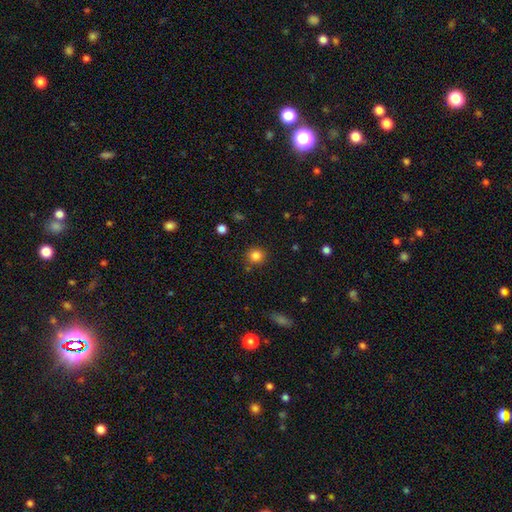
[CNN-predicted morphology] Smooth or featured? Predicted: smooth (p=0.84). How rounded? Predicted: round (p=0.91). Merging? Predicted: none (p=0.85).